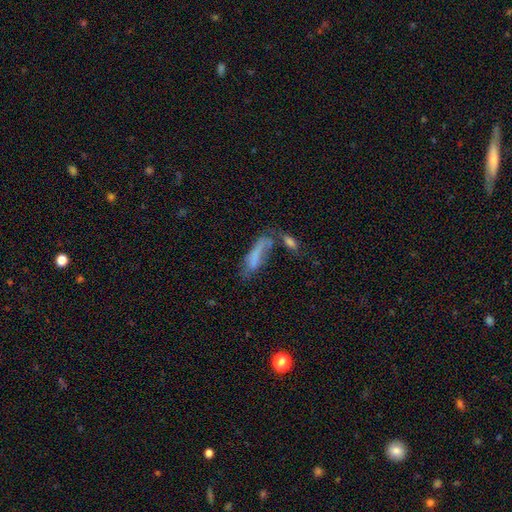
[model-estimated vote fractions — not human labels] Overall: smooth (63%; featured or disk 25%). How rounded: cigar-shaped (56%; in between 41%). Merging: merger (32%; none 29%).